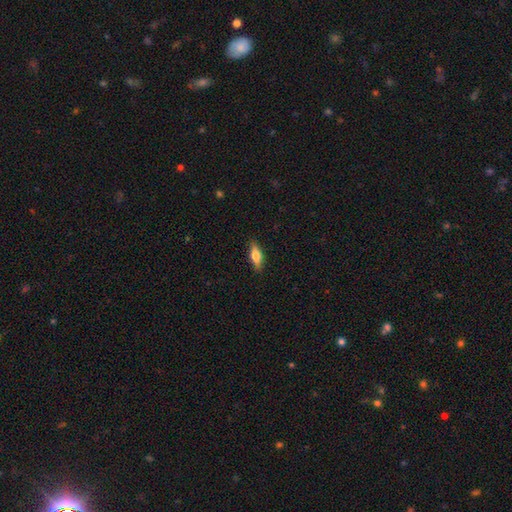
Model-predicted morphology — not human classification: Smooth or featured: smooth — 66% (featured or disk — 27%)
How rounded: in between — 60% (cigar-shaped — 37%)
Merging: none — 88% (minor disturbance — 9%)